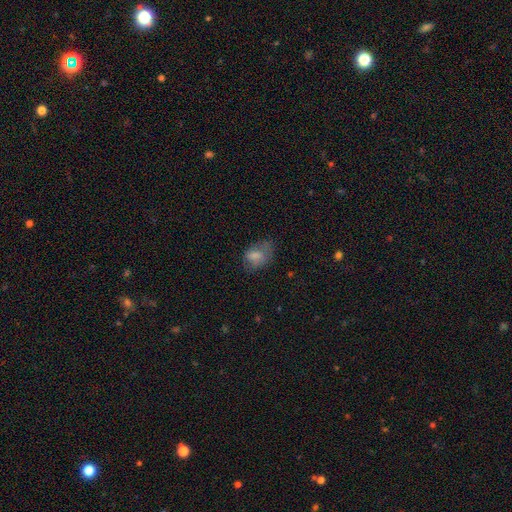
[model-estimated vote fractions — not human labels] Smooth or featured: smooth — 72% (featured or disk — 17%)
How rounded: in between — 81% (round — 17%)
Merging: none — 45% (minor disturbance — 31%)